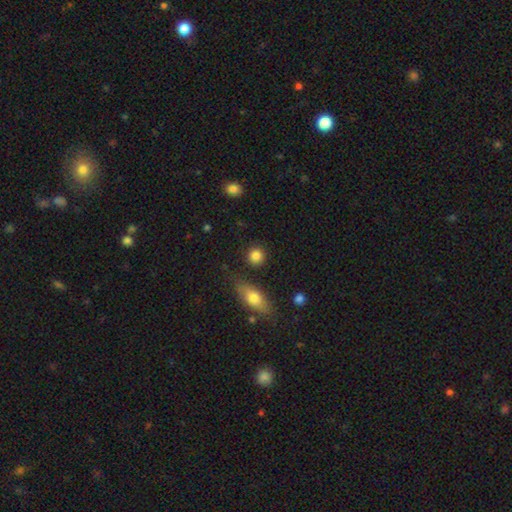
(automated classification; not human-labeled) This is clearly a smooth galaxy (85%). How rounded: clearly round (88%). Merging: clearly none (85%).